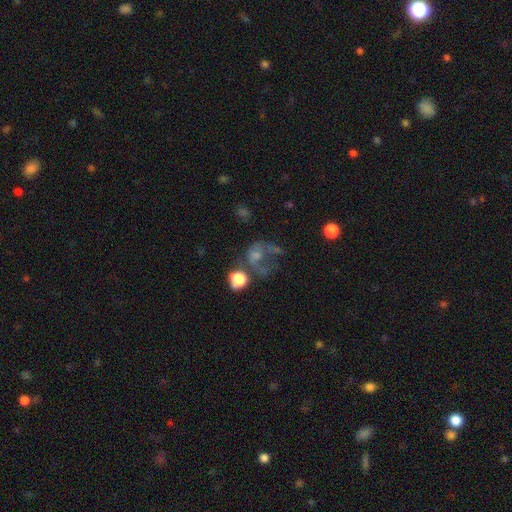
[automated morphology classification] This appears to be a featured or disk galaxy (38%). Merging: major disturbance (39%).